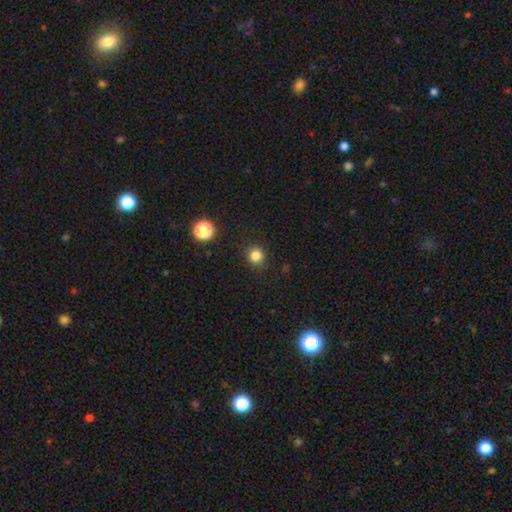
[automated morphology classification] smooth-or-featured: smooth: 82% | star or artifact: 14% | featured or disk: 4%
  how-rounded: round: 93% | in between: 6% | cigar-shaped: 1%
  merging: none: 91% | minor disturbance: 6% | major disturbance: 2% | merger: 1%